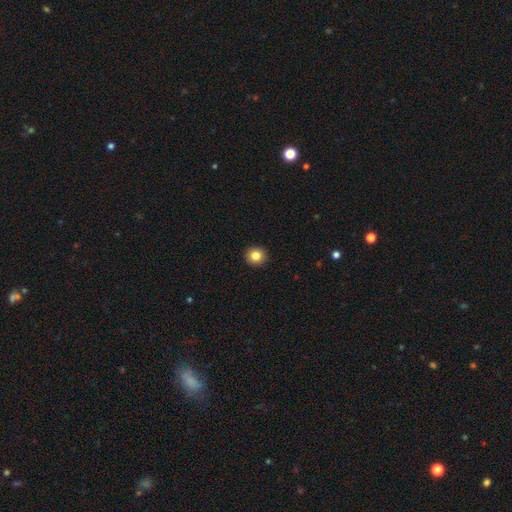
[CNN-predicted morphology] This appears to be a smooth galaxy with no disk features (84%) that is round (92%). Merging: none (93%).